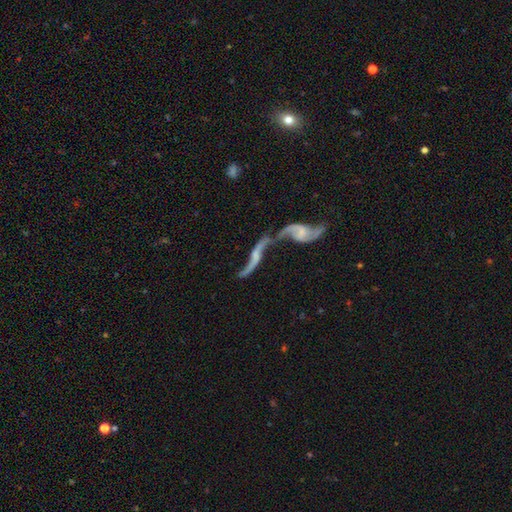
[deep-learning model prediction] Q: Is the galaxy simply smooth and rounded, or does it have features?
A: featured or disk — 80%.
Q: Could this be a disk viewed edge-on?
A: no — 80%.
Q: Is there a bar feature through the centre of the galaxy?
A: no — 50%.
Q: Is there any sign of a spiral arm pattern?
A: yes — 84%.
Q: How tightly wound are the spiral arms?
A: loose — 92%.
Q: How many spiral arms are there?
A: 2 — 85%.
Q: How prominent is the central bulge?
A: small — 42%.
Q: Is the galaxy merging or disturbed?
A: merger — 65%.